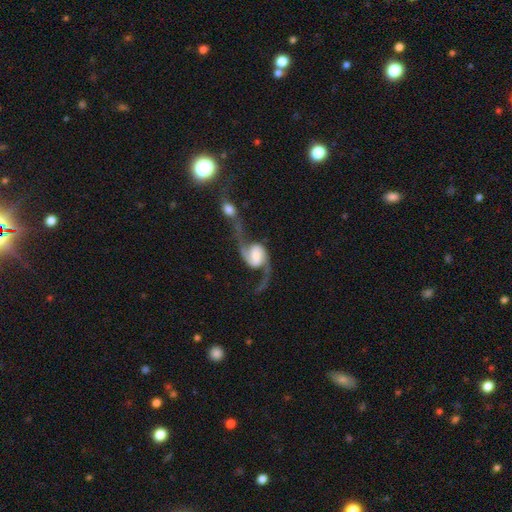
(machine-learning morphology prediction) type=featured or disk (87%); edge-on=no (97%); bar=no (43%); spiral arms=yes (97%); winding=loose (74%); arm count=2 (92%); bulge=moderate (28%, tied with large); merging=merger (45%).